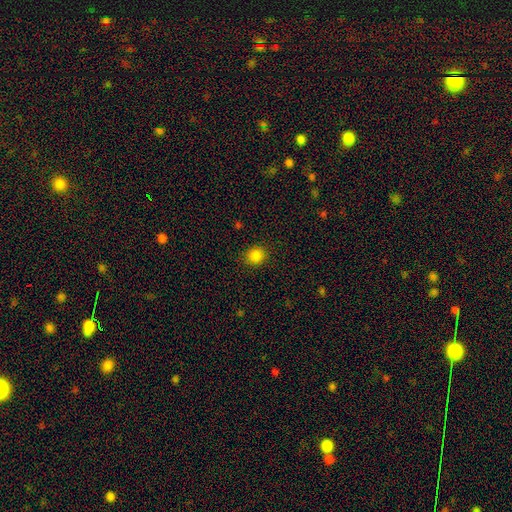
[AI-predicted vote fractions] smooth-or-featured: smooth: 85% | star or artifact: 12% | featured or disk: 3%
  how-rounded: round: 85% | in between: 14% | cigar-shaped: 1%
  merging: none: 90% | minor disturbance: 7% | major disturbance: 2% | merger: 1%